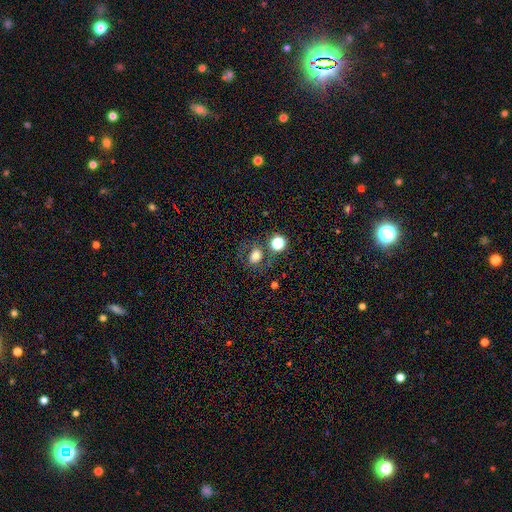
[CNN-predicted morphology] This is likely a smooth galaxy (68%). How rounded: possibly round (57%). Merging: likely none (64%).